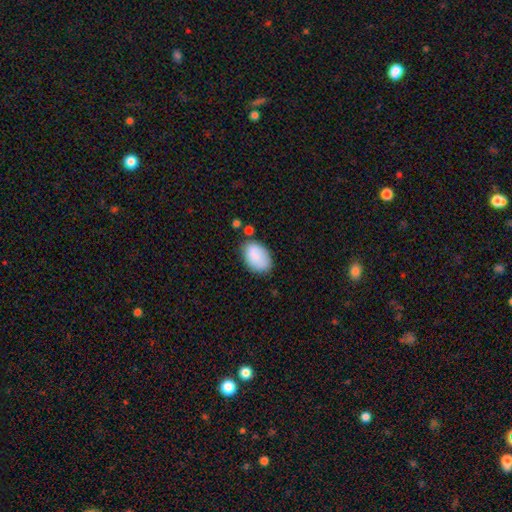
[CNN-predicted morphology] Smooth or featured?
  - smooth: 86% *
  - featured or disk: 7%
  - star or artifact: 7%
How rounded?
  - in between: 91% *
  - round: 8%
  - cigar-shaped: 1%
Merging?
  - none: 70% *
  - minor disturbance: 20%
  - merger: 5%
  - major disturbance: 5%